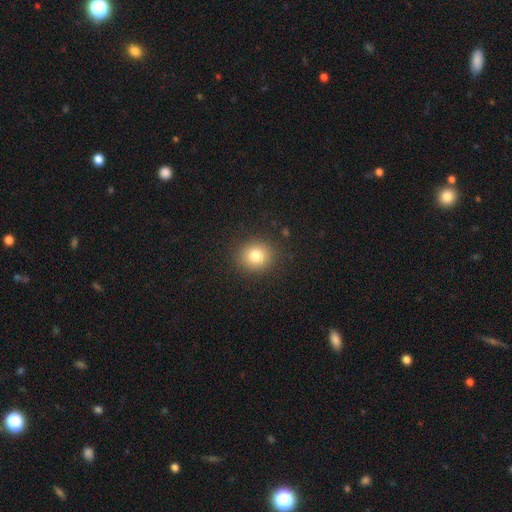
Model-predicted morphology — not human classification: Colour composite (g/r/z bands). It shows a smooth galaxy with no disk features (80%) that is round (83%). Merging: none (88%).